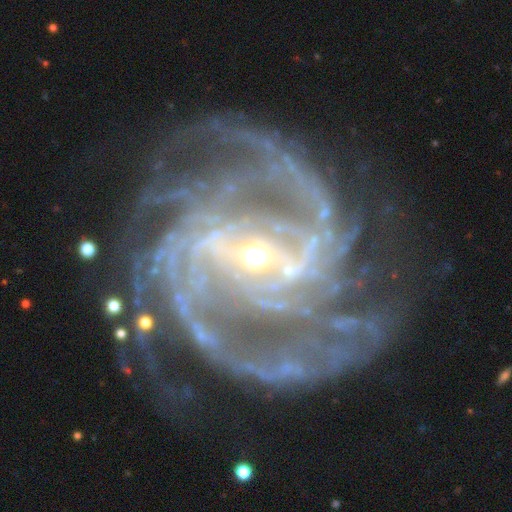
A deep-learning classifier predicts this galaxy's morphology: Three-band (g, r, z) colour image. It shows a featured or disk galaxy (93%) with a strong bar (51%), 2 (23%) tight (49%) spiral arms (99%) and a small central bulge (69%). Merging: none (74%).